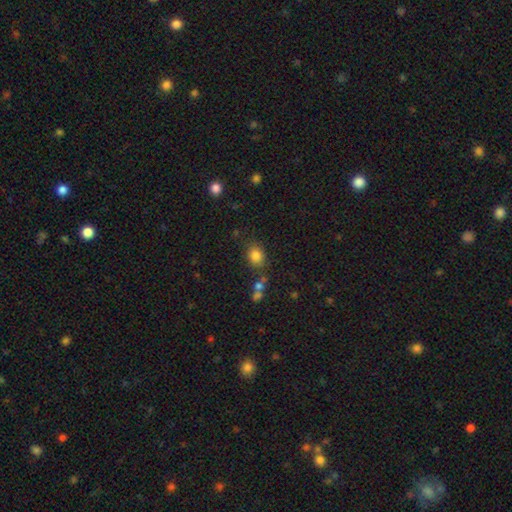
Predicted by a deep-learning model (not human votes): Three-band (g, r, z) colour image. It shows a smooth galaxy with no disk features (82%) that is in between round and cigar-shaped (51%). Merging: none (76%).